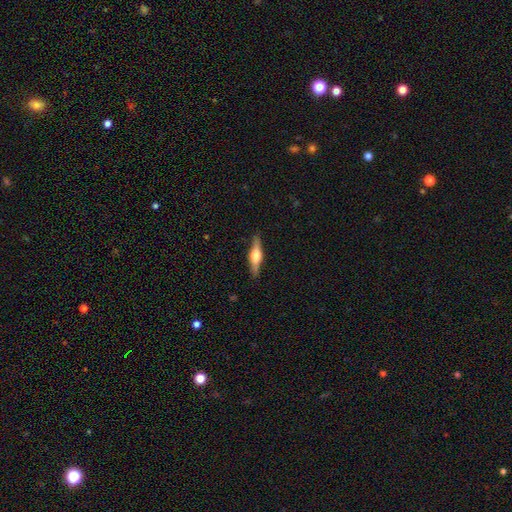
Smooth or featured: featured or disk — 62% (smooth — 33%)
Edge-on disk: yes — 100%
Edge-on bulge: rounded — 83% (boxy — 17%)
Merging: none — 92% (minor disturbance — 5%)